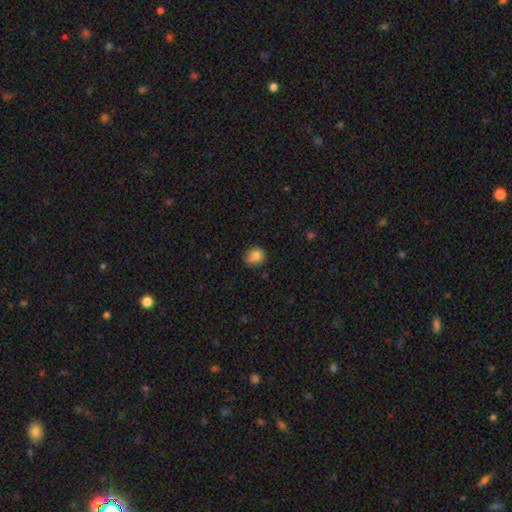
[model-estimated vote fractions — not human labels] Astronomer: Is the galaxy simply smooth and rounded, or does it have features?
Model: smooth — 82%.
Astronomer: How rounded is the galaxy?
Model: round — 77%.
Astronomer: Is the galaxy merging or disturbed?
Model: none — 69%.